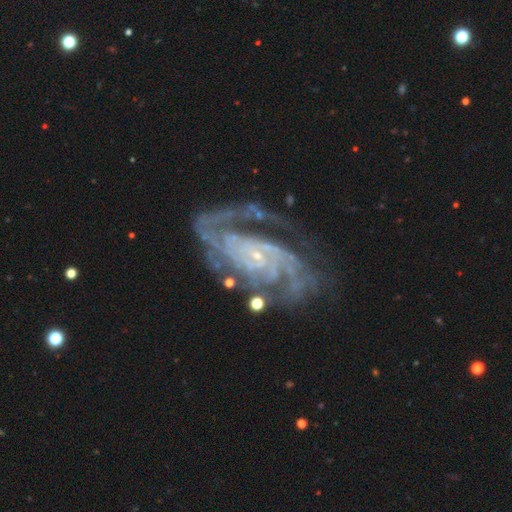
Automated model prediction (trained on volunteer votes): Overall: featured or disk (92%). Edge-on disk: no (97%). Bar: no (63%; weak 25%). Spiral arms: yes (98%). Spiral arm count: 2 (47%; 3 18%). Spiral winding: tight (62%; medium 32%). Bulge size: small (86%). Merging: none (64%).